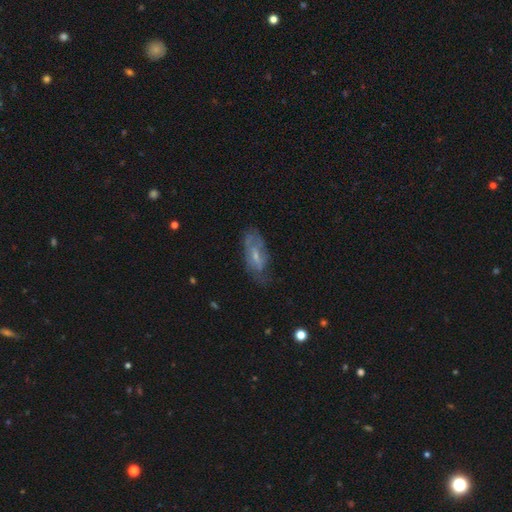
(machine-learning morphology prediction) smooth-or-featured: featured or disk: 58% | smooth: 34% | star or artifact: 8%
  disk-edge-on: no: 88% | yes: 12%
    bar: weak: 45% | no: 42% | strong: 12%
    has-spiral-arms: yes: 65% | no: 35%
    bulge-size: small: 54% | moderate: 33% | none: 10% | large: 2% | dominant: 1%
  merging: none: 57% | minor disturbance: 27% | major disturbance: 14% | merger: 2%